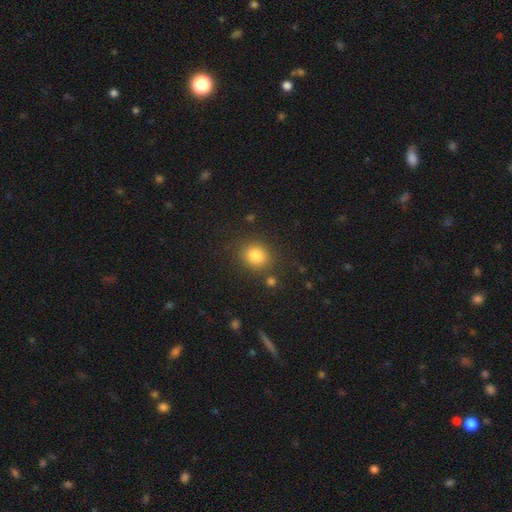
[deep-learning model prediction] The model was most divided on "how rounded": round: 74%, in between: 25%, cigar-shaped: 1%. More confident: smooth or featured — smooth (83%); merging — none (83%).